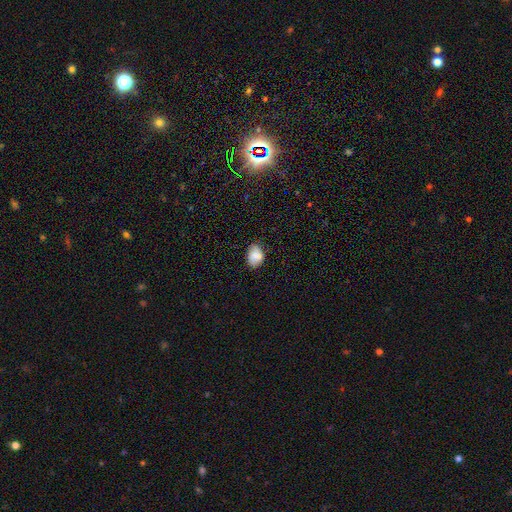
Smooth or featured: smooth — 86% (featured or disk — 11%)
How rounded: in between — 52% (round — 48%)
Merging: none — 51% (minor disturbance — 34%)